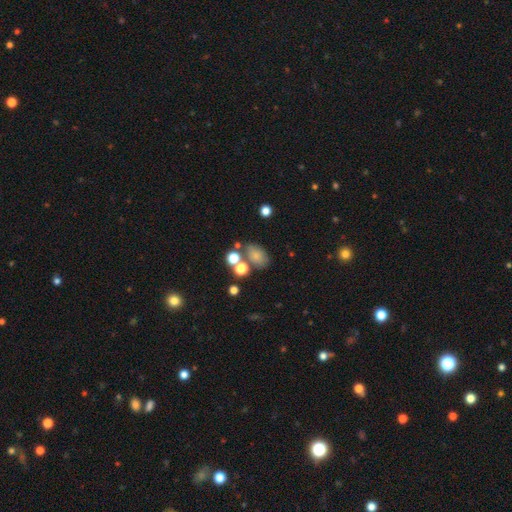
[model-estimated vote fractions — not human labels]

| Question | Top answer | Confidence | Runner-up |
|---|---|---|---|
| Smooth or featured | smooth | 73% | star or artifact (14%) |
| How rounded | in between | 76% | round (22%) |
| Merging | none | 55% | merger (21%) |